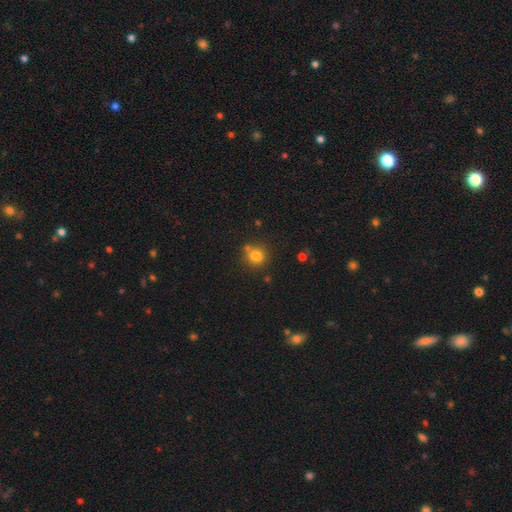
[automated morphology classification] Smooth or featured: smooth — 81% (star or artifact — 13%)
How rounded: round — 83% (in between — 16%)
Merging: none — 72% (merger — 12%)